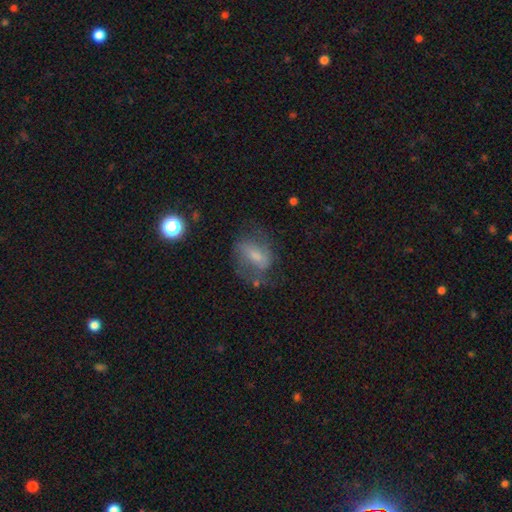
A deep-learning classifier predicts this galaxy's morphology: featured or disk 50%, smooth 39%, star or artifact 11%. Down the decision tree: edge-on disk — no (95%); merging — none (49%).